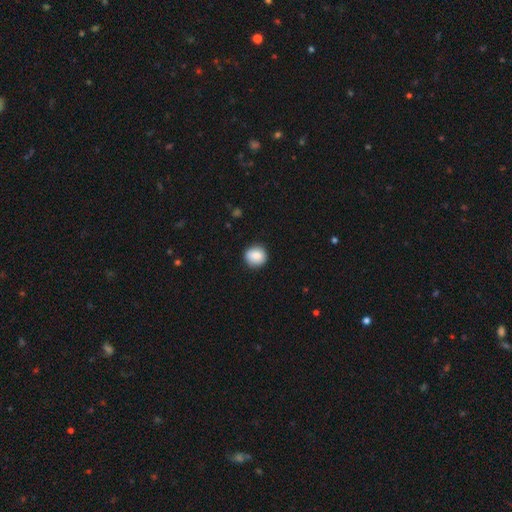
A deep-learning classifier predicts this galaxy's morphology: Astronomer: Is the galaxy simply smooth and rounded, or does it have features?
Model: smooth — 86%.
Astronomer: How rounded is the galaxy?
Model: round — 90%.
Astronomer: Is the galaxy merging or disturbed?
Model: none — 88%.